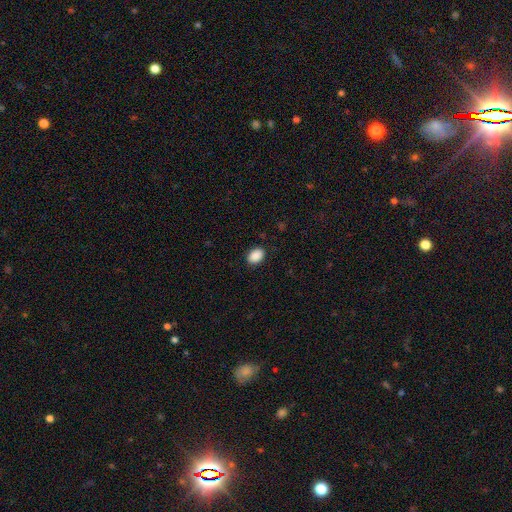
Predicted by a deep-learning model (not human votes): Morphology: type=smooth (90%); roundness=in between (75%); merging=none (88%).